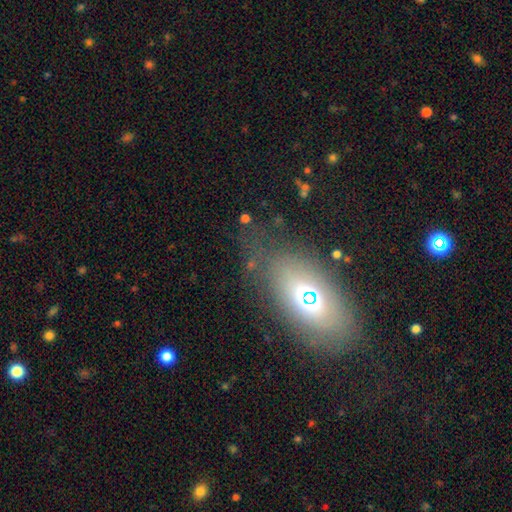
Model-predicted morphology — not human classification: Smooth or featured? smooth (50%)
How rounded? in between (86%)
Merging? none (70%)